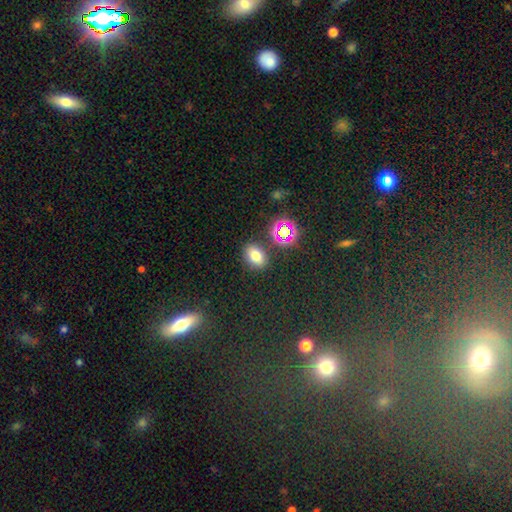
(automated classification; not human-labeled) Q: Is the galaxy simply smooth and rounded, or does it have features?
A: smooth — 68%.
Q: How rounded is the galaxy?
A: in between — 71%.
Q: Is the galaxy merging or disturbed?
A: none — 83%.